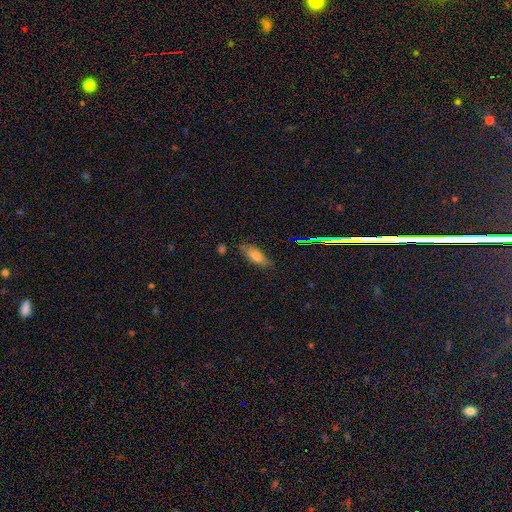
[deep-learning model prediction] Smooth or featured? smooth (74%)
How rounded? in between (66%)
Merging? none (77%)